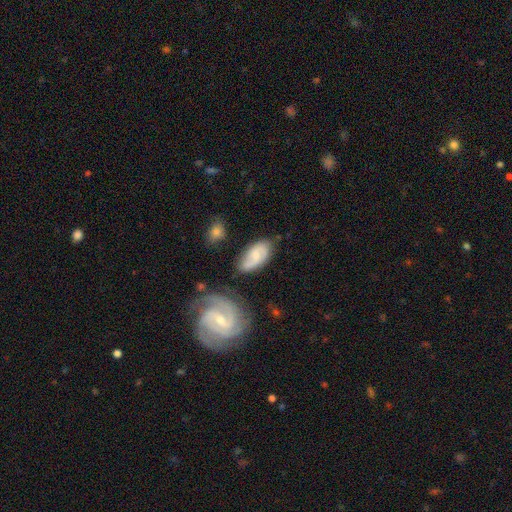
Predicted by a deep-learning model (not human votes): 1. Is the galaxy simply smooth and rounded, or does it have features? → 55% featured or disk, 38% smooth, 7% star or artifact.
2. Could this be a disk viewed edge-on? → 94% no, 6% yes.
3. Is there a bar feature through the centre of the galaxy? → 45% weak, 44% no, 11% strong.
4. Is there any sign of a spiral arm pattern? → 89% yes, 11% no.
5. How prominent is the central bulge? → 50% small, 30% moderate, 16% none, 3% large, 1% dominant.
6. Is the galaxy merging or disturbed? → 66% none, 21% minor disturbance, 7% merger, 7% major disturbance.